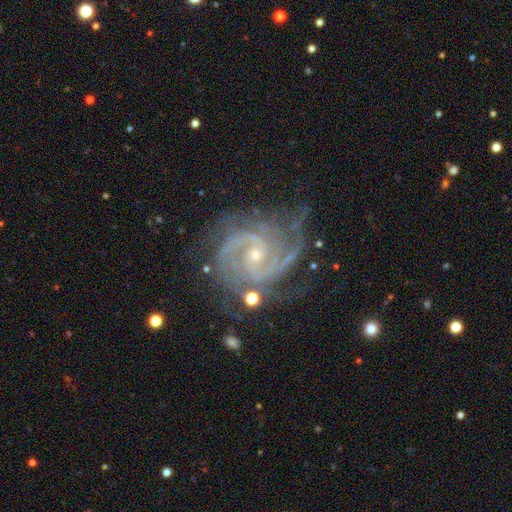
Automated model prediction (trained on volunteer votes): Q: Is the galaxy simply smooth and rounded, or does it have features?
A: featured or disk — 92%.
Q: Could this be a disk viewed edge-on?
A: no — 98%.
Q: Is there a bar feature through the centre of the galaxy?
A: no — 61%.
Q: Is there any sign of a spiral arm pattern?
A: yes — 99%.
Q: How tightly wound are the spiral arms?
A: tight — 67%.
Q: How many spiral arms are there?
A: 2 — 37%.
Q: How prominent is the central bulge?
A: small — 74%.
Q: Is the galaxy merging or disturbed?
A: none — 64%.